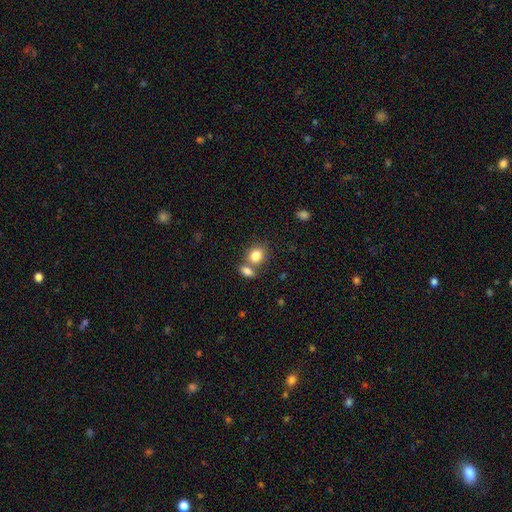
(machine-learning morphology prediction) type=smooth (83%); roundness=round (53%); merging=none (46%).